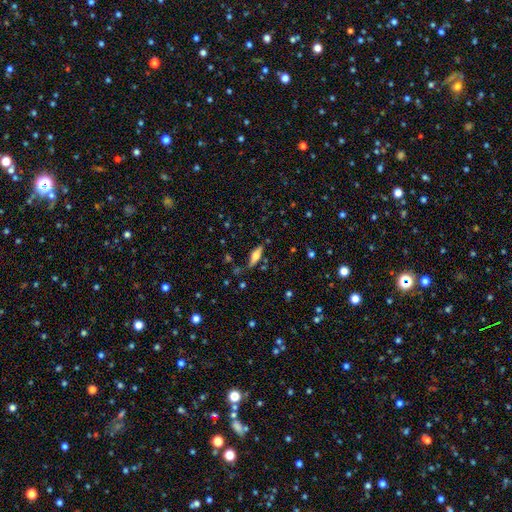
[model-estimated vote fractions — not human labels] smooth-or-featured: smooth: 52% | featured or disk: 40% | star or artifact: 7%
  how-rounded: in between: 56% | cigar-shaped: 42% | round: 3%
  merging: none: 77% | minor disturbance: 15% | major disturbance: 4% | merger: 3%